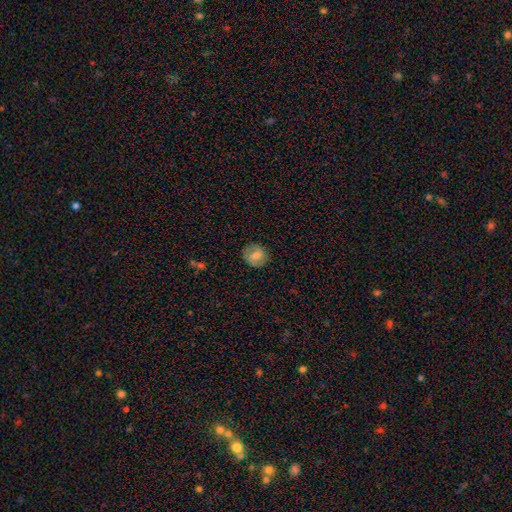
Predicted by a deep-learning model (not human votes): This appears to be a smooth galaxy with no disk features (69%) that is round (80%). Merging: none (85%).